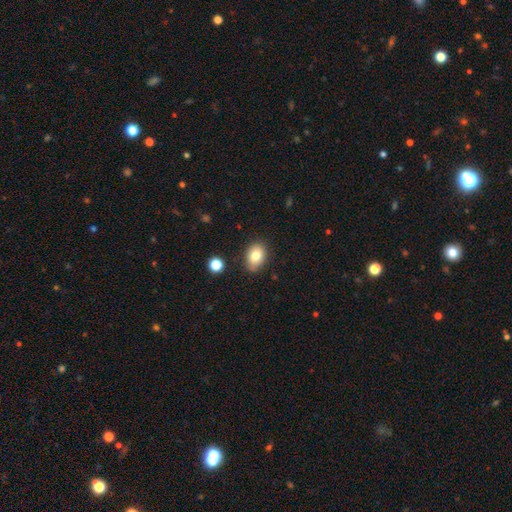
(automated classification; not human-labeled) Q: Smooth or featured?
A: smooth (80%); runner-up: featured or disk (11%)
Q: How rounded?
A: in between (73%); runner-up: round (26%)
Q: Merging?
A: none (81%); runner-up: minor disturbance (14%)